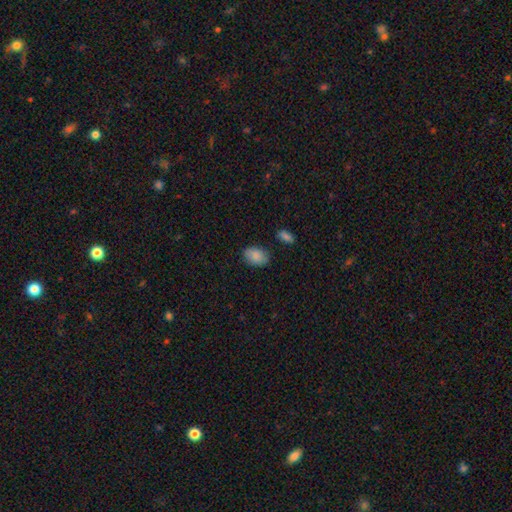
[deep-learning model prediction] smooth-or-featured: smooth: 88% | star or artifact: 7% | featured or disk: 5%
  how-rounded: in between: 86% | round: 13% | cigar-shaped: 1%
  merging: none: 82% | minor disturbance: 13% | major disturbance: 3% | merger: 2%